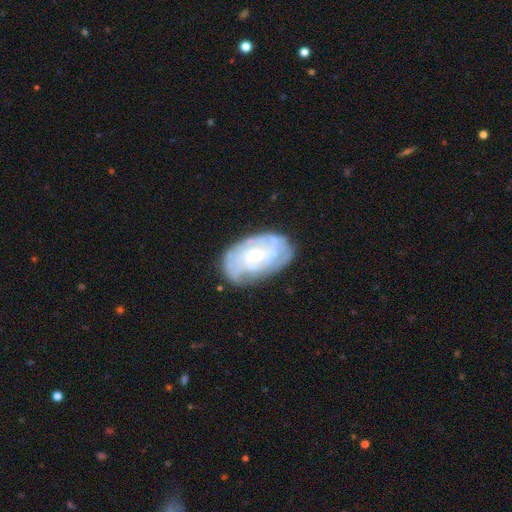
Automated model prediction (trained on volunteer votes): Overall: featured or disk (67%; smooth 27%). Edge-on disk: no (96%). Bar: no (73%). Spiral arms: yes (71%). Bulge size: small (50%; moderate 32%). Merging: none (70%).